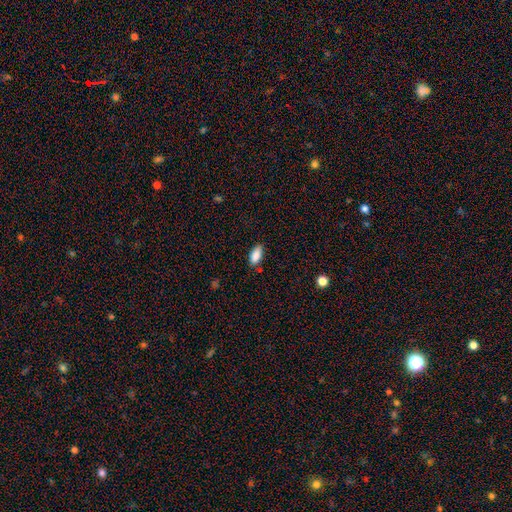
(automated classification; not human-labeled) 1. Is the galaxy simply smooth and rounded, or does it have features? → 88% smooth, 7% star or artifact, 5% featured or disk.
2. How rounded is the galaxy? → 90% in between, 7% cigar-shaped, 3% round.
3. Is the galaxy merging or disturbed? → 76% none, 19% minor disturbance, 3% major disturbance, 3% merger.